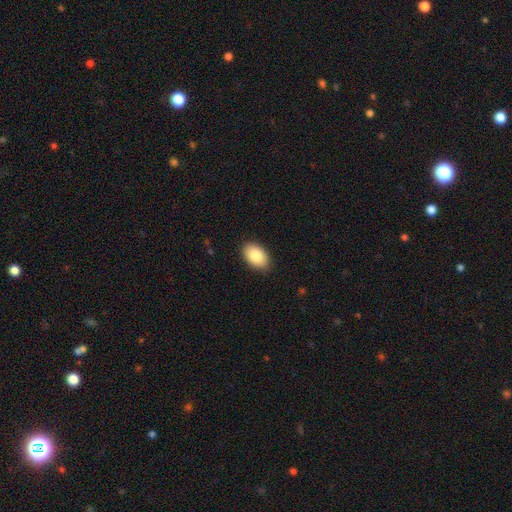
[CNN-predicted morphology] Q: Smooth or featured?
A: smooth (87%); runner-up: featured or disk (7%)
Q: How rounded?
A: in between (93%); runner-up: round (6%)
Q: Merging?
A: none (88%); runner-up: minor disturbance (9%)